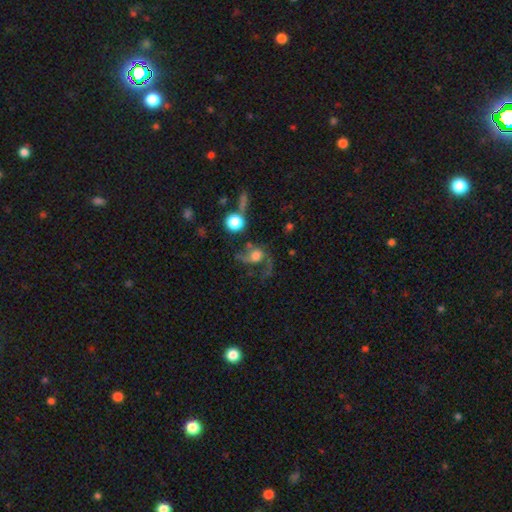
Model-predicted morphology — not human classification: This is possibly a featured or disk galaxy (55%). It is clearly not viewed edge-on (96%). Bar: likely no (72%). Spiral arm pattern: likely yes (77%). Central bulge: marginally large (36%). Merging: marginally major disturbance (41%).